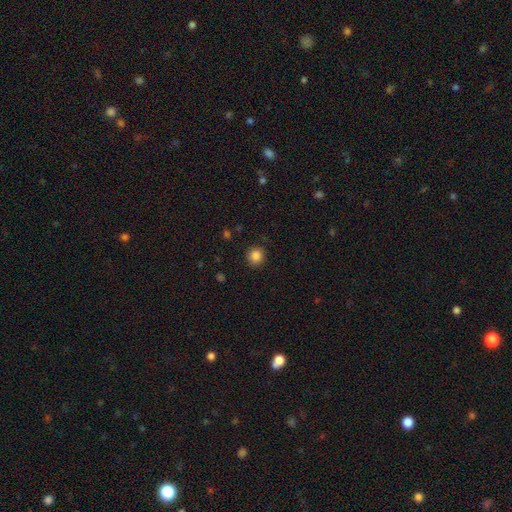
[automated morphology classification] type=smooth (85%); roundness=round (89%); merging=none (89%).